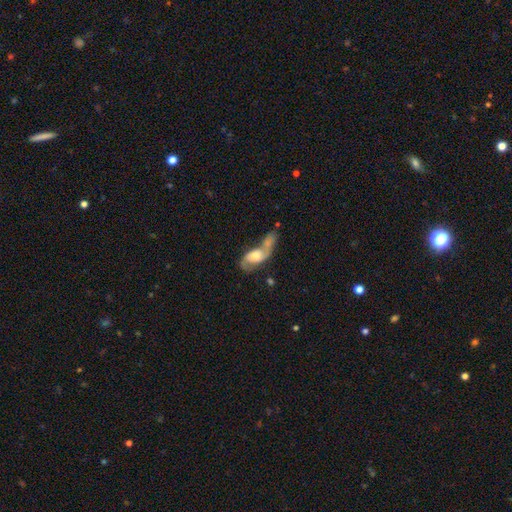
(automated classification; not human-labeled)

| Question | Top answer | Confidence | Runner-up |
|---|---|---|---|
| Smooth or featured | featured or disk | 57% | smooth (35%) |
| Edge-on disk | no | 93% | yes (7%) |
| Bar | no | 64% | weak (29%) |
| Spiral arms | yes | 78% | no (22%) |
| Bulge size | moderate | 45% | small (29%) |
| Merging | merger | 57% | none (19%) |